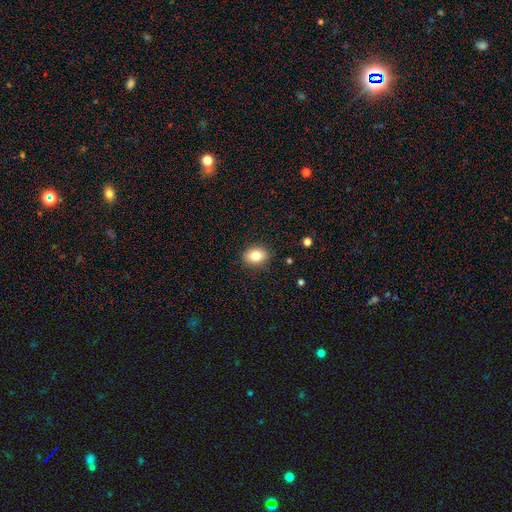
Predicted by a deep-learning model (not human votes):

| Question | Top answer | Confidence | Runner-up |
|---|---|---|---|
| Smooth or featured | smooth | 81% | star or artifact (10%) |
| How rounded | in between | 63% | round (36%) |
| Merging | none | 88% | minor disturbance (9%) |